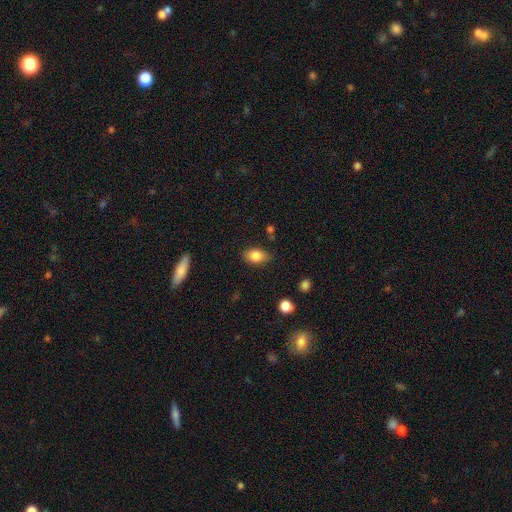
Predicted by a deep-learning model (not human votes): Overall: smooth (83%). How rounded: in between (84%). Merging: none (78%).